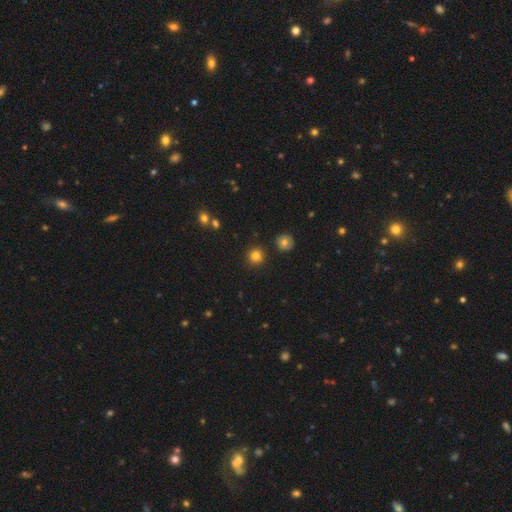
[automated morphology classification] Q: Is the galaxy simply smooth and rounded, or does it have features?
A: smooth — 82%.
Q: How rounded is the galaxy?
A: round — 94%.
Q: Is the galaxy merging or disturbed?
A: none — 90%.